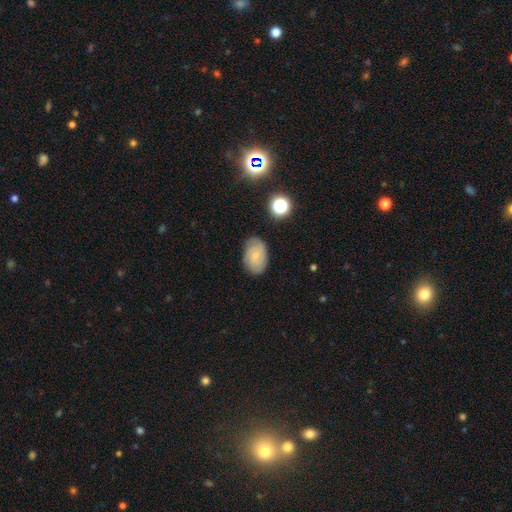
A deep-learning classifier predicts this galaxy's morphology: Smooth or featured? Predicted: smooth (p=0.45, tied with featured or disk). Merging? Predicted: none (p=0.77).